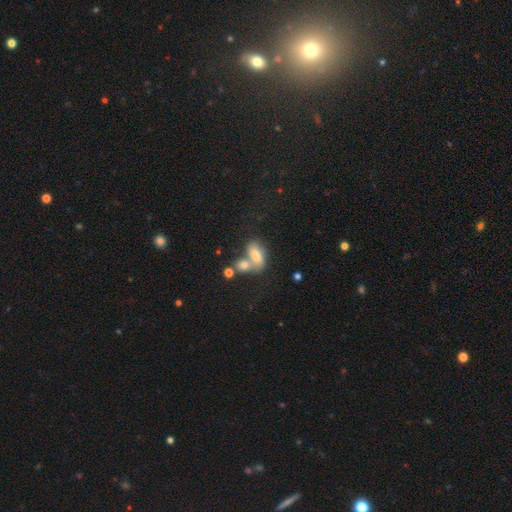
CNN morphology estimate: The model was most divided on "merging": merger: 52%, none: 29%, minor disturbance: 11%, major disturbance: 7%. More confident: how rounded — in between (85%); smooth or featured — smooth (70%).